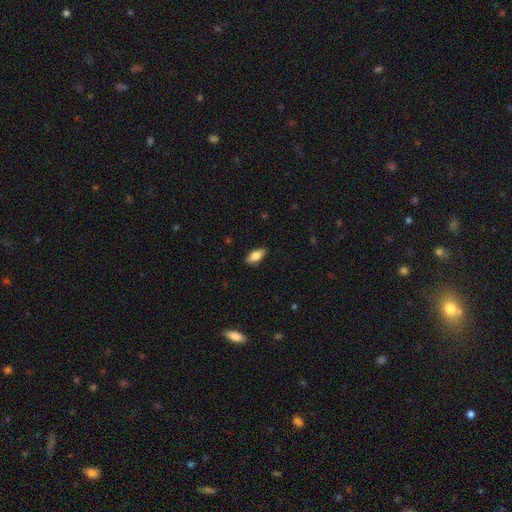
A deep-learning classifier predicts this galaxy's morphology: Smooth or featured: smooth — 74% (featured or disk — 20%)
How rounded: in between — 83% (cigar-shaped — 14%)
Merging: none — 87% (minor disturbance — 10%)